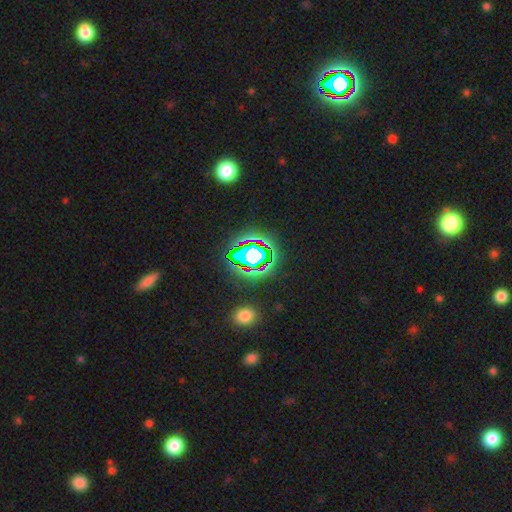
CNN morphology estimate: smooth_or_featured: star or artifact (p=0.69) [alt: smooth p=0.17]